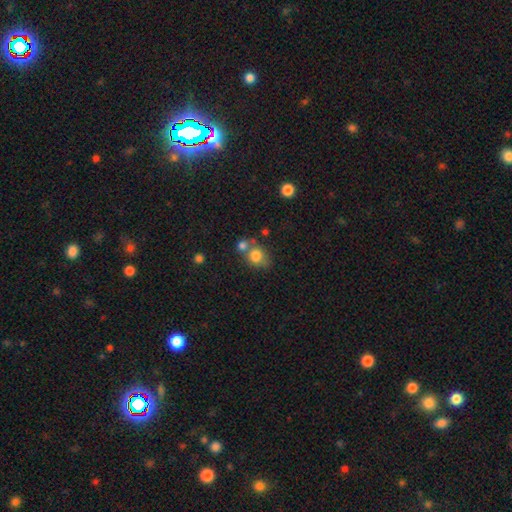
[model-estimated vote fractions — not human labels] A smooth galaxy with no disk features (79%) that is round (73%).

Vote fractions:
- Smooth or featured? smooth: 79% / star or artifact: 11% / featured or disk: 10%
- How rounded? round: 73% / in between: 26% / cigar-shaped: 1%
- Merging? none: 47% / merger: 34% / minor disturbance: 13% / major disturbance: 5%